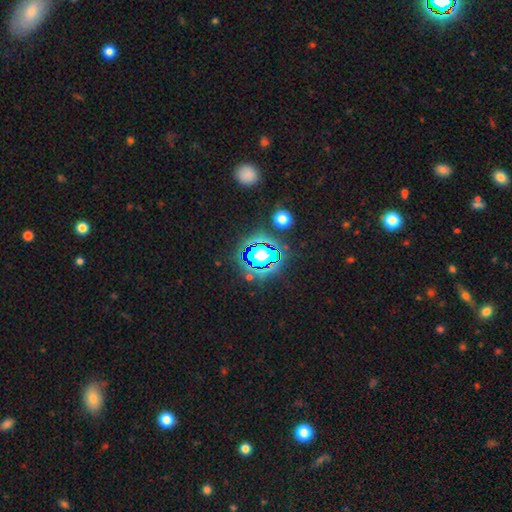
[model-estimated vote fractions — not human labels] star or artifact 80%, smooth 12%, featured or disk 7%.